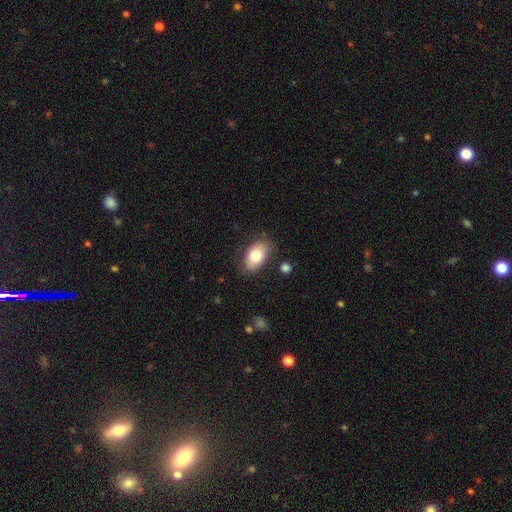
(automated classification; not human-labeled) Smooth or featured? smooth (79%)
How rounded? in between (92%)
Merging? none (79%)